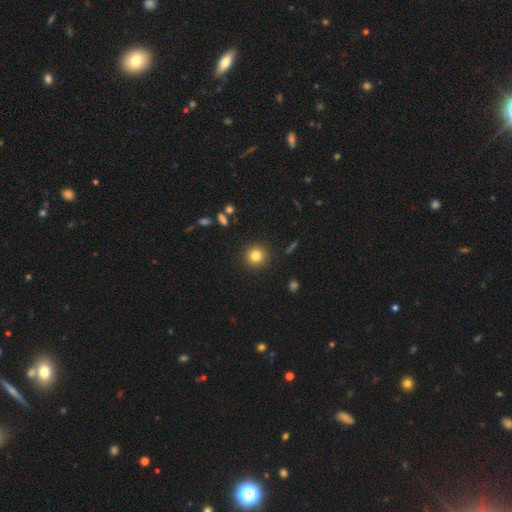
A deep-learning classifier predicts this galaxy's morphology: Overall: smooth (81%). How rounded: round (94%). Merging: none (91%).